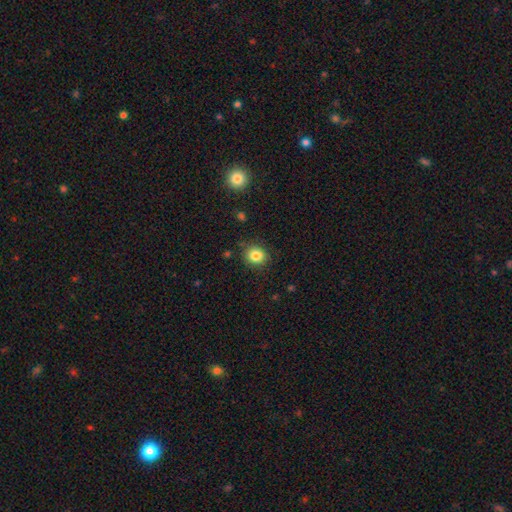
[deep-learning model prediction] Overall: smooth (83%). How rounded: round (81%). Merging: none (86%).